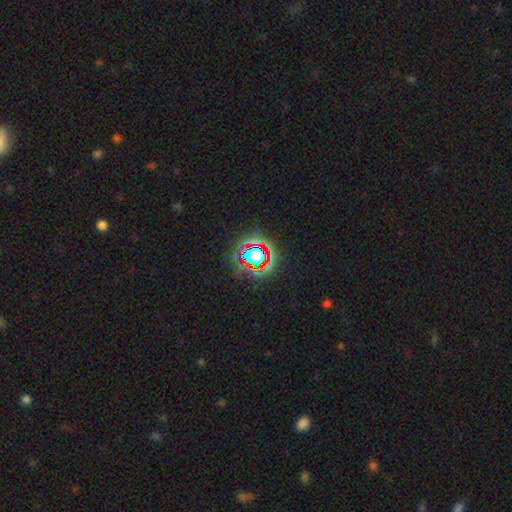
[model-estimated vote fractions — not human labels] Morphology: type=star or artifact (66%).